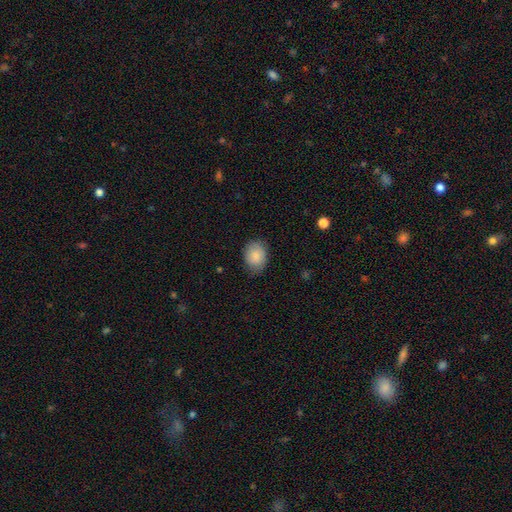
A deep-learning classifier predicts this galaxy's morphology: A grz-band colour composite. It shows a smooth galaxy with no disk features (84%) that is in between round and cigar-shaped (65%). Merging: none (78%).